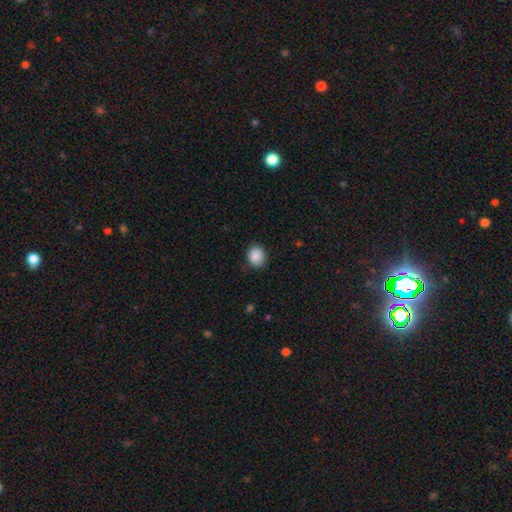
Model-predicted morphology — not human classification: A smooth galaxy with no disk features (88%) that is round (71%). Merging: none (80%).